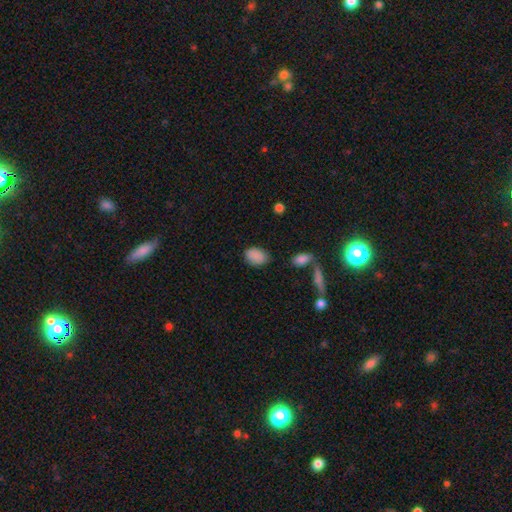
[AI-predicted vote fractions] A smooth galaxy with no disk features (87%) that is in between round and cigar-shaped (82%). Merging: none (75%).